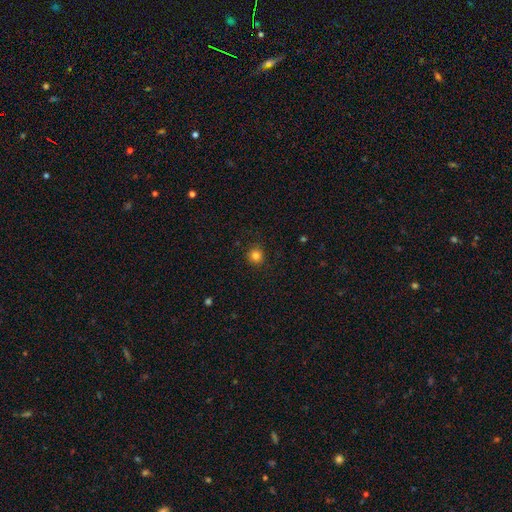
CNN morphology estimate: Q: Smooth or featured?
A: smooth (83%); runner-up: star or artifact (13%)
Q: How rounded?
A: round (93%); runner-up: in between (6%)
Q: Merging?
A: none (90%); runner-up: minor disturbance (7%)